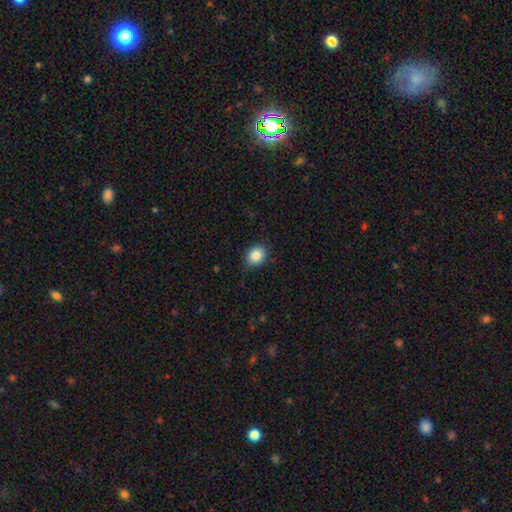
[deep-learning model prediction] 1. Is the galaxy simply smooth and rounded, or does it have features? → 85% smooth, 9% star or artifact, 6% featured or disk.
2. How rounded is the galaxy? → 58% round, 41% in between, 1% cigar-shaped.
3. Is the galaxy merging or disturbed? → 83% none, 13% minor disturbance, 3% major disturbance, 1% merger.